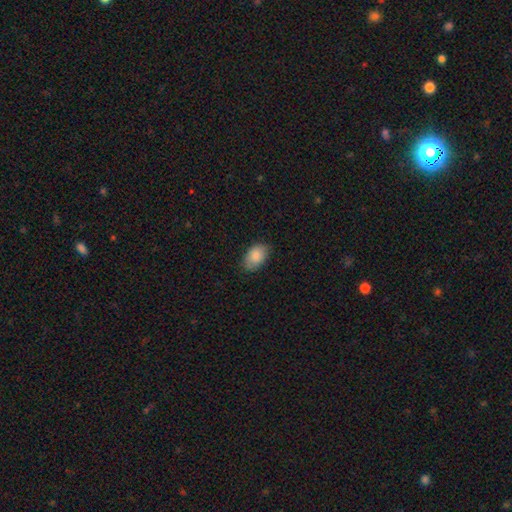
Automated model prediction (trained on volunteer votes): Smooth or featured? smooth (87%)
How rounded? in between (89%)
Merging? none (80%)